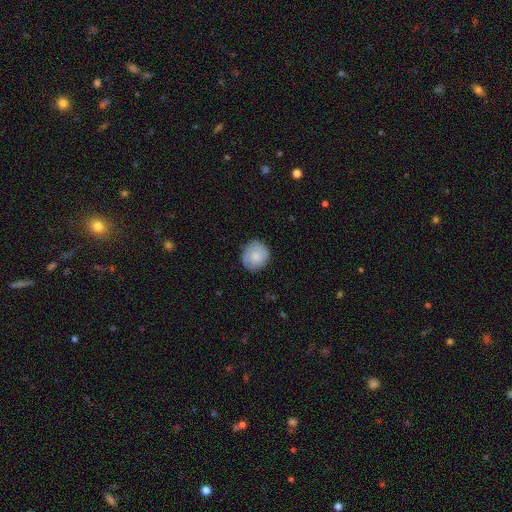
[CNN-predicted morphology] This is likely a smooth galaxy (75%). How rounded: clearly round (84%). Merging: clearly none (81%).